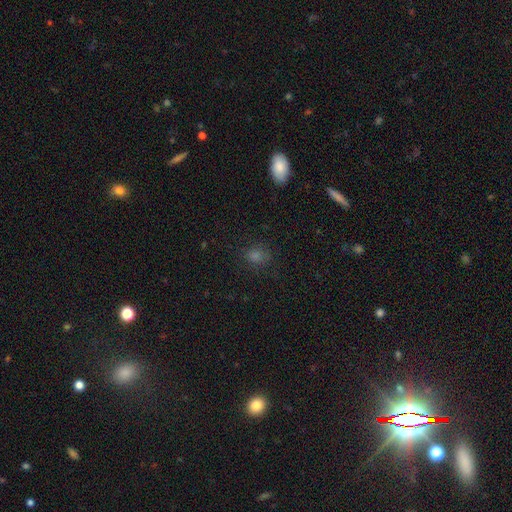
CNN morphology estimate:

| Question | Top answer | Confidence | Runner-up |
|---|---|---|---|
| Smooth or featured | smooth | 72% | star or artifact (21%) |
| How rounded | round | 74% | in between (24%) |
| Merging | none | 85% | minor disturbance (10%) |